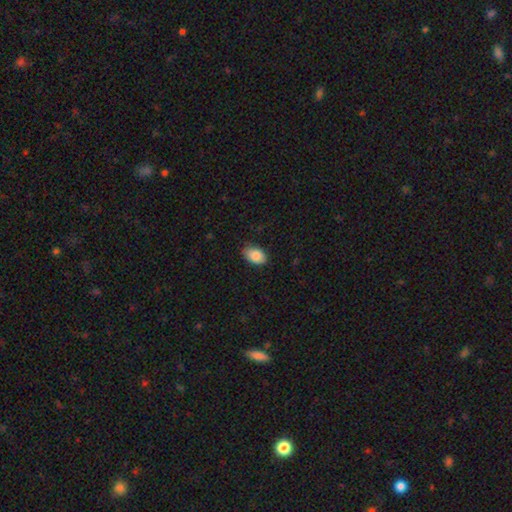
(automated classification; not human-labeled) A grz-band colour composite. It shows a smooth galaxy with no disk features (86%) that is in between round and cigar-shaped (90%). Merging: none (83%).